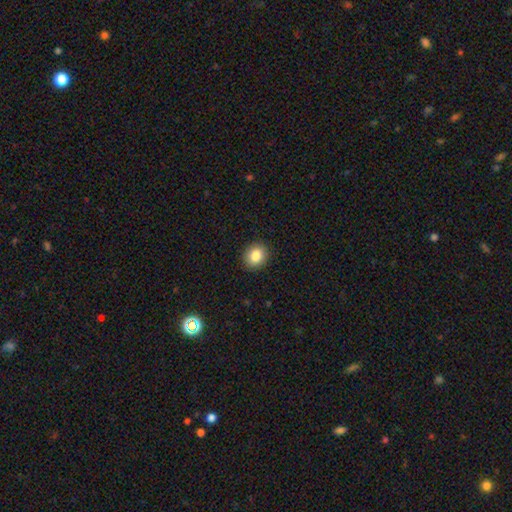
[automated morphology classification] A smooth galaxy with no disk features (85%) that is round (70%). Merging: none (91%).